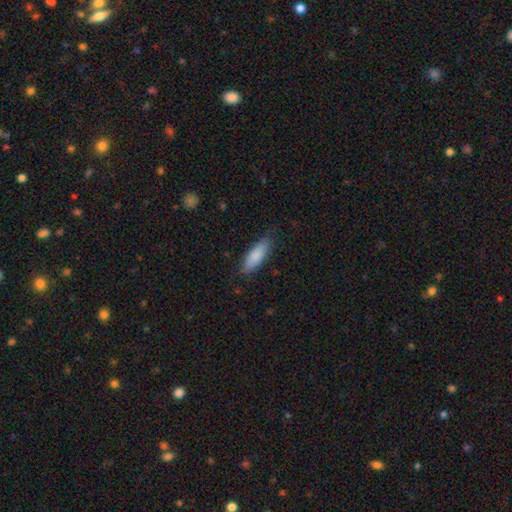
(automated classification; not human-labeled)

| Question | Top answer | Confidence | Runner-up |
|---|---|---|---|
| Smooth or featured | smooth | 86% | featured or disk (9%) |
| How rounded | in between | 61% | cigar-shaped (38%) |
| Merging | none | 81% | minor disturbance (15%) |